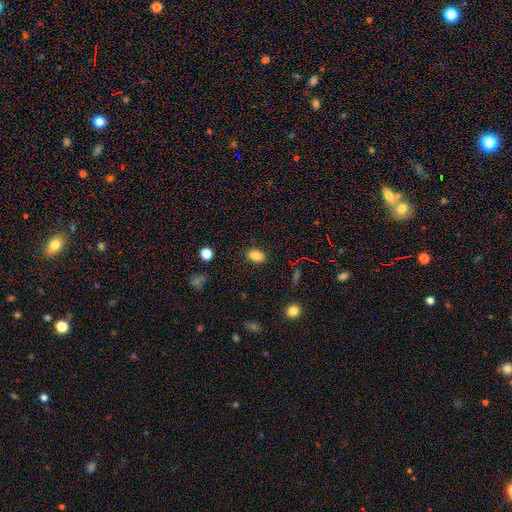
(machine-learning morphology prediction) Smooth or featured? smooth (84%)
How rounded? in between (86%)
Merging? none (86%)